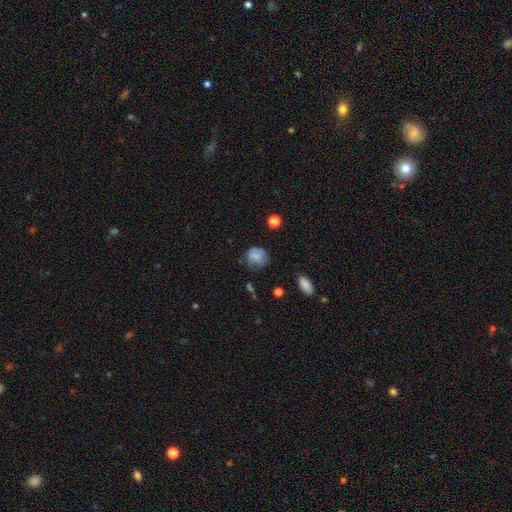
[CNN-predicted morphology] A smooth galaxy with no disk features (73%) that is round (70%).

Vote fractions:
- Smooth or featured? smooth: 73% / featured or disk: 16% / star or artifact: 10%
- How rounded? round: 70% / in between: 29% / cigar-shaped: 1%
- Merging? none: 56% / minor disturbance: 29% / major disturbance: 13% / merger: 3%